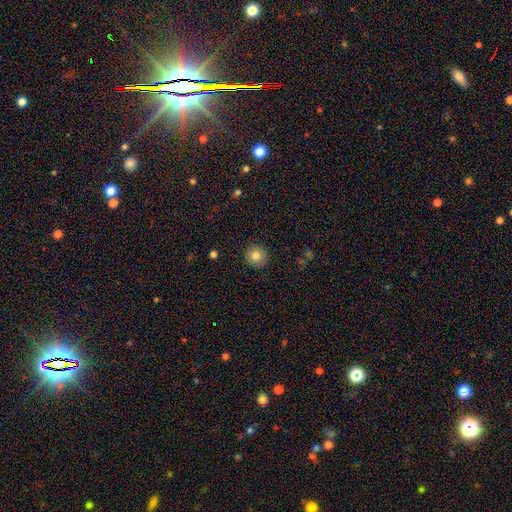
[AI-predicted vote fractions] Smooth or featured: smooth — 81% (star or artifact — 11%)
How rounded: round — 94% (in between — 5%)
Merging: none — 91% (minor disturbance — 6%)